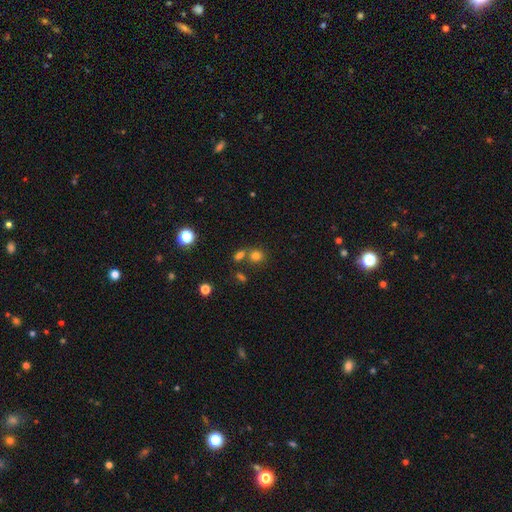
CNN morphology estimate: smooth_or_featured: smooth (p=0.77) [alt: star or artifact p=0.15]
how_rounded: round (p=0.77) [alt: in between p=0.22]
merging: none (p=0.60) [alt: merger p=0.27]